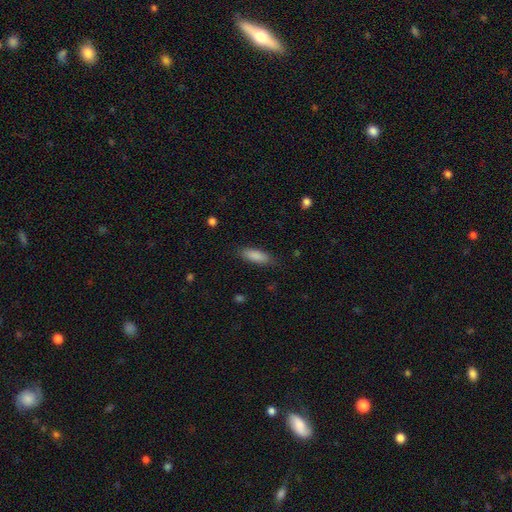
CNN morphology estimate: A smooth galaxy with no disk features (88%) that is in between round and cigar-shaped (66%). Merging: none (84%).